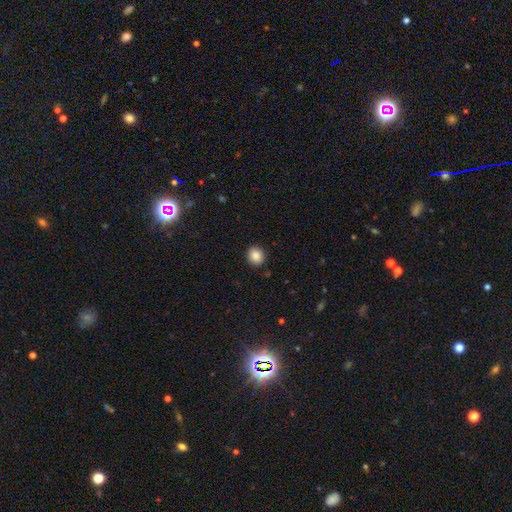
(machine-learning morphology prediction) type=smooth (86%); roundness=round (81%); merging=none (91%).